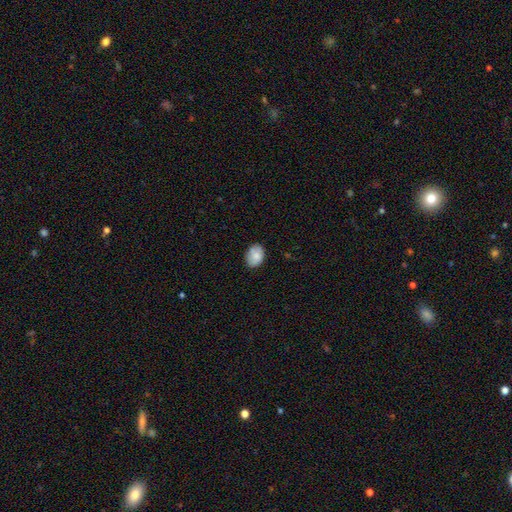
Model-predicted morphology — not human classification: This appears to be a smooth galaxy with no disk features (80%) that is in between round and cigar-shaped (74%). Merging: none (76%).